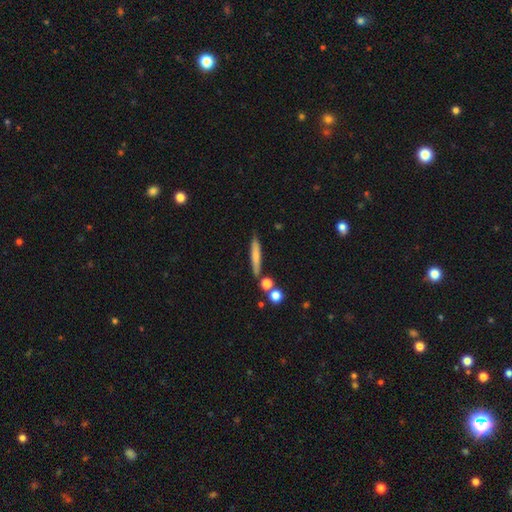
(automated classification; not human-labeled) Smooth or featured: smooth — 67% (featured or disk — 26%)
How rounded: cigar-shaped — 91% (in between — 7%)
Merging: none — 79% (minor disturbance — 11%)